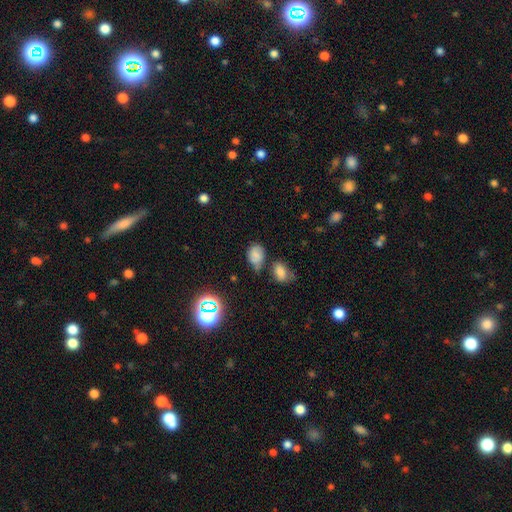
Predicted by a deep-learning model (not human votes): A smooth galaxy with no disk features (71%) that is in between round and cigar-shaped (67%).

Vote fractions:
- Smooth or featured? smooth: 71% / star or artifact: 17% / featured or disk: 12%
- How rounded? in between: 67% / round: 31% / cigar-shaped: 1%
- Merging? none: 45% / minor disturbance: 27% / merger: 19% / major disturbance: 9%